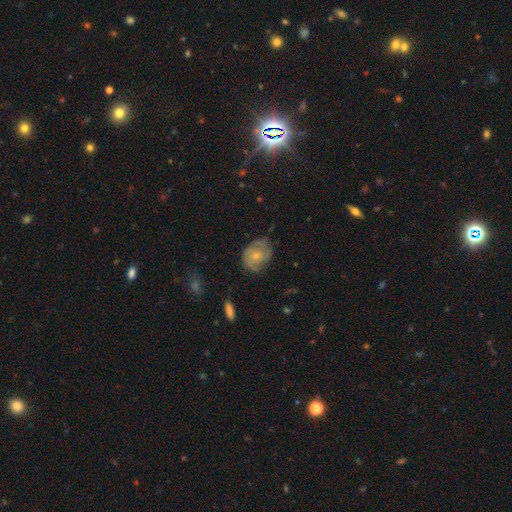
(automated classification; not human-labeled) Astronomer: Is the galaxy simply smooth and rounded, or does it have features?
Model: featured or disk — 49% (runner-up: smooth, 44%).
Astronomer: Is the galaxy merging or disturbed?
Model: none — 60%.